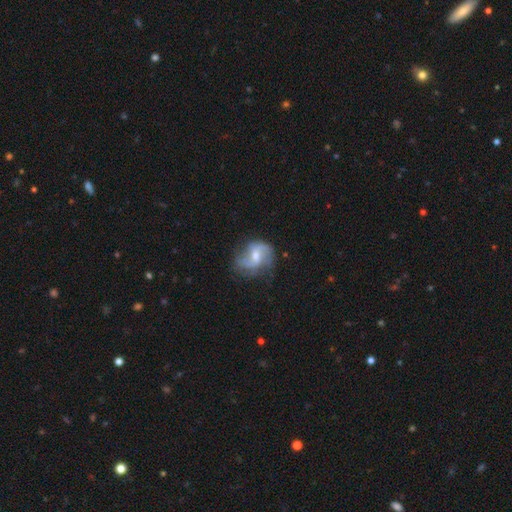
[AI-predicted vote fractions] This is likely a featured or disk galaxy (73%). It is clearly not viewed edge-on (97%). Bar: possibly weak (52%). Spiral arm pattern: clearly yes (90%). Spiral arm count: likely 2 (79%). Spiral winding: possibly loose (49%). Central bulge: possibly moderate (53%). Merging: likely none (60%).